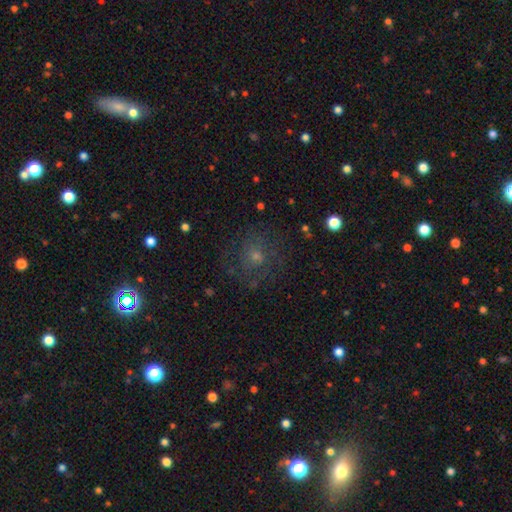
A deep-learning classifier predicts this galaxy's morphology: smooth_or_featured: smooth (p=0.41) [alt: featured or disk p=0.40]
merging: none (p=0.71) [alt: minor disturbance p=0.15]